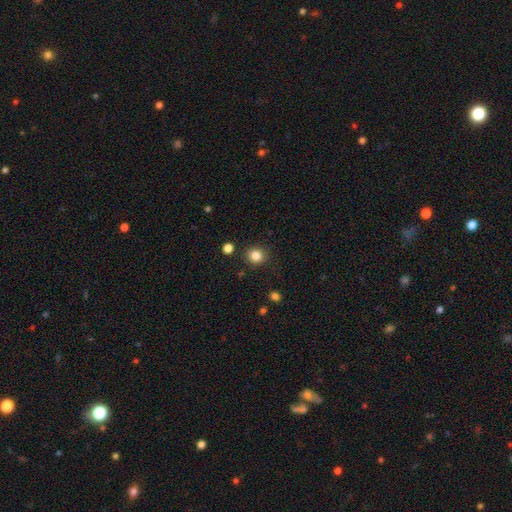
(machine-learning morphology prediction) The model was most divided on "smooth or featured": smooth: 83%, star or artifact: 12%, featured or disk: 5%. More confident: merging — none (89%); how rounded — round (88%).